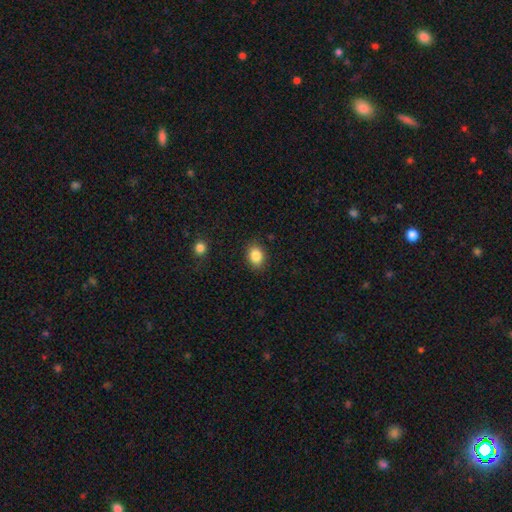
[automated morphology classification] smooth 86%, star or artifact 9%, featured or disk 5%. Down the decision tree: how rounded — in between (62%); merging — none (86%).